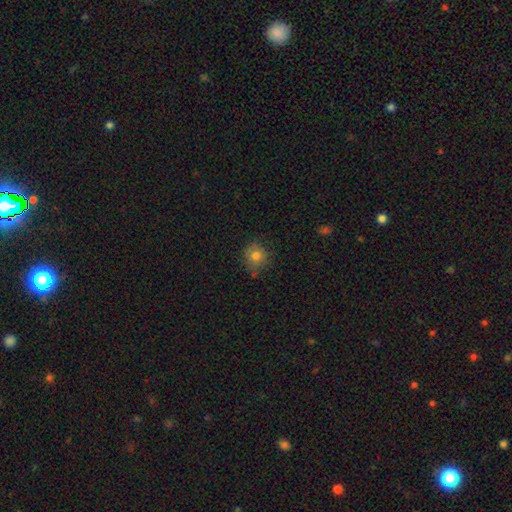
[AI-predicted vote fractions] Smooth or featured?
  - smooth: 77% *
  - featured or disk: 12%
  - star or artifact: 11%
How rounded?
  - round: 83% *
  - in between: 16%
  - cigar-shaped: 1%
Merging?
  - none: 71% *
  - minor disturbance: 22%
  - major disturbance: 5%
  - merger: 3%